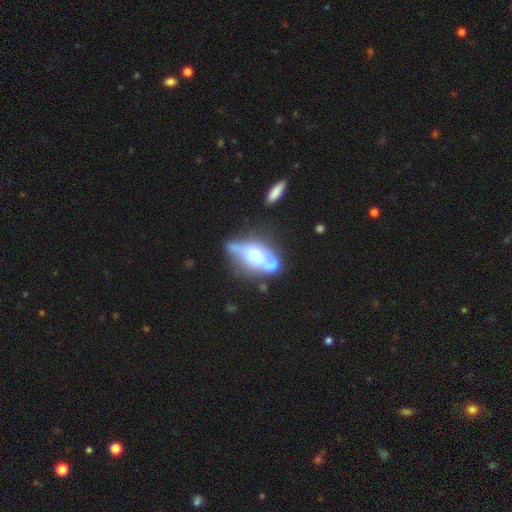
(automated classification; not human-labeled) Overall: featured or disk (67%). Edge-on disk: no (74%). Merging: none (37%; minor disturbance 25%).